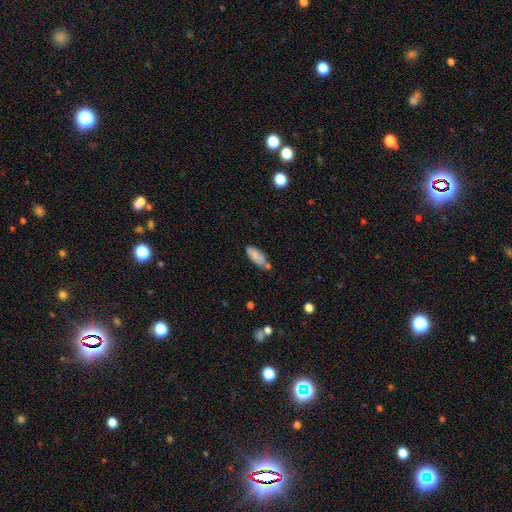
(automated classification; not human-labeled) smooth-or-featured: smooth: 81% | featured or disk: 11% | star or artifact: 8%
  how-rounded: in between: 76% | cigar-shaped: 22% | round: 2%
  merging: none: 58% | minor disturbance: 23% | merger: 14% | major disturbance: 5%